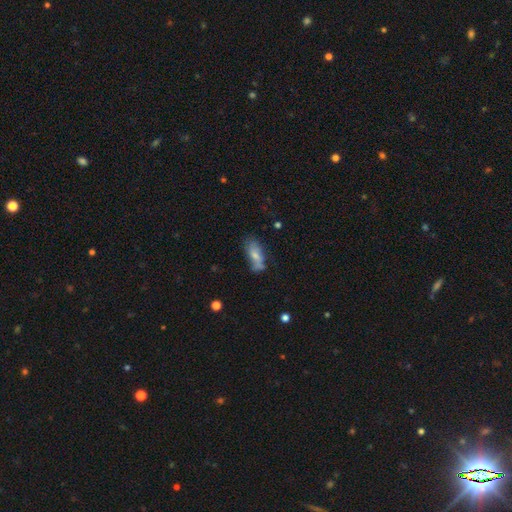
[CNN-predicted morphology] Smooth or featured? Predicted: smooth (p=0.63). How rounded? Predicted: in between (p=0.82). Merging? Predicted: none (p=0.43).